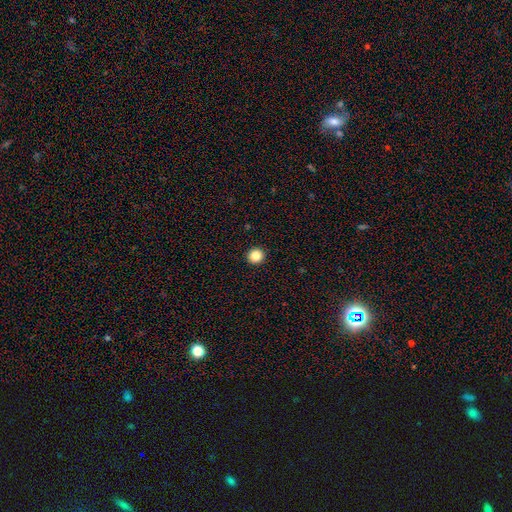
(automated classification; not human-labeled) Overall: smooth (85%). How rounded: round (93%). Merging: none (94%).